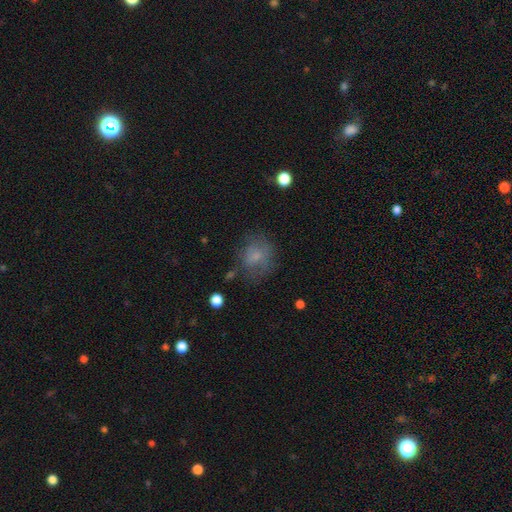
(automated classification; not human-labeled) smooth_or_featured: smooth (p=0.66) [alt: featured or disk p=0.22]
how_rounded: round (p=0.66) [alt: in between p=0.33]
merging: none (p=0.56) [alt: minor disturbance p=0.24]